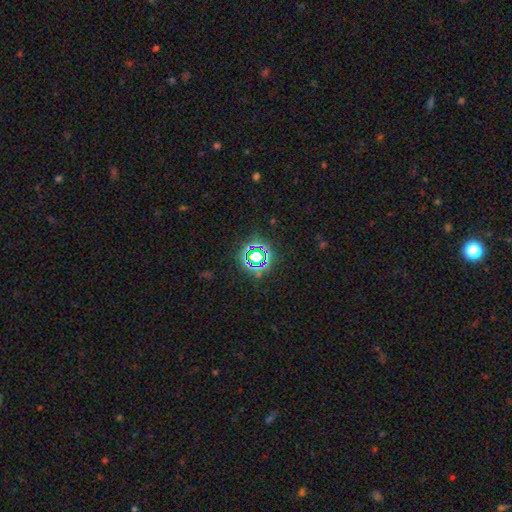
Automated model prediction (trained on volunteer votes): Smooth or featured? star or artifact (70%)